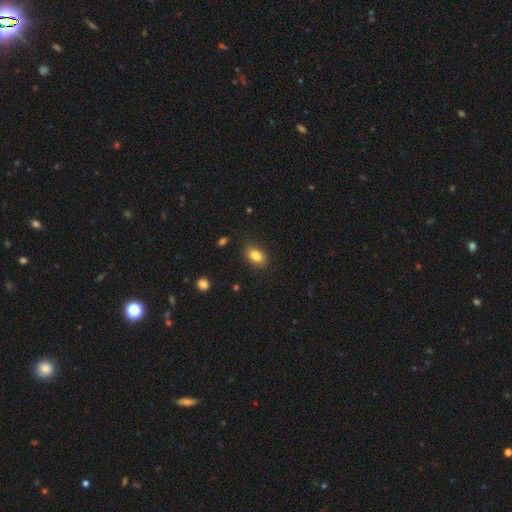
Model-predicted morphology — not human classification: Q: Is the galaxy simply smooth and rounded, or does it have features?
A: smooth — 84%.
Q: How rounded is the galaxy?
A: in between — 87%.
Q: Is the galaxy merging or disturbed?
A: none — 84%.